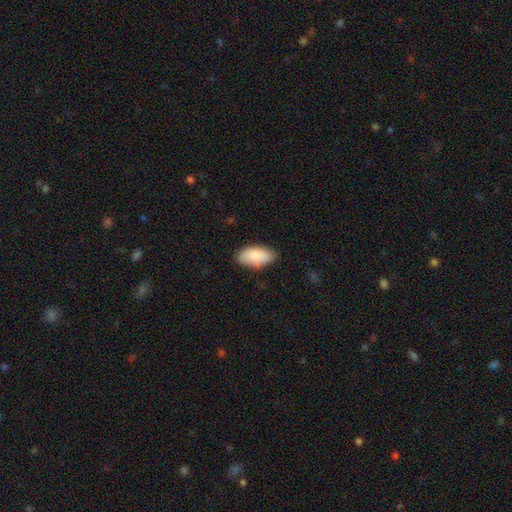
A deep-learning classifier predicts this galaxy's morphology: Smooth or featured? Predicted: smooth (p=0.87). How rounded? Predicted: in between (p=0.93). Merging? Predicted: none (p=0.78).